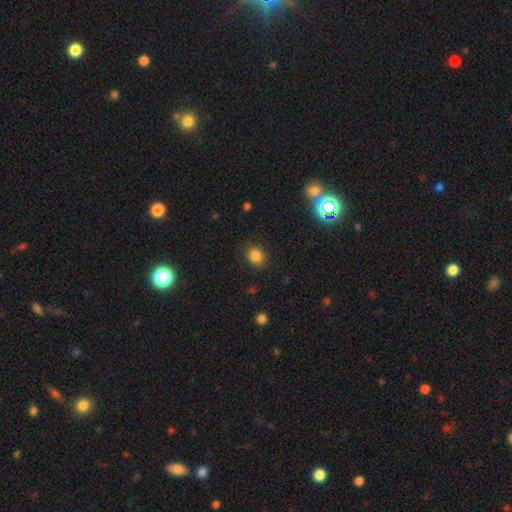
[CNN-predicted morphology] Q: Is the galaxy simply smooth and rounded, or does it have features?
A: smooth — 83%.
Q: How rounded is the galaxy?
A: round — 58%.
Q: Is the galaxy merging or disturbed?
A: none — 85%.